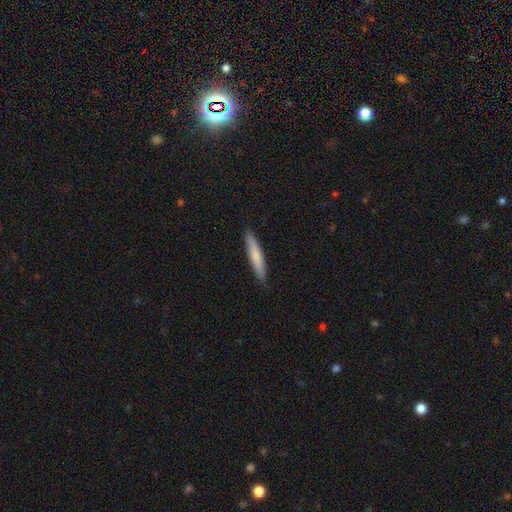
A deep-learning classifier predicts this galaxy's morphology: A smooth galaxy with no disk features (75%) that is cigar-shaped (92%).

Vote fractions:
- Smooth or featured? smooth: 75% / featured or disk: 20% / star or artifact: 5%
- How rounded? cigar-shaped: 92% / in between: 7% / round: 1%
- Merging? none: 89% / minor disturbance: 8% / major disturbance: 1% / merger: 1%